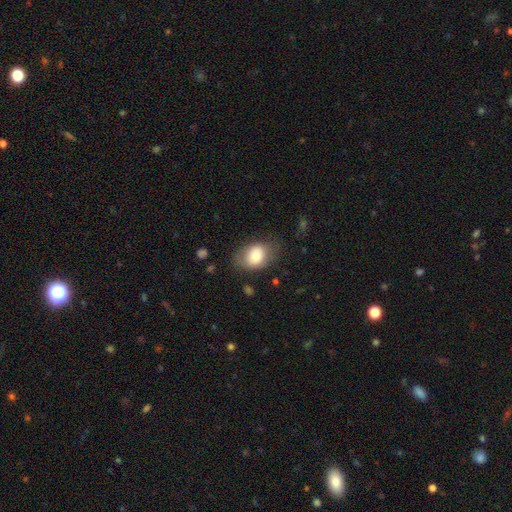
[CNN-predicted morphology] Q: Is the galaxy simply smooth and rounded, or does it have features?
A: smooth — 80%.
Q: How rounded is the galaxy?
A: in between — 72%.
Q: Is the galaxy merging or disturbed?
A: none — 65%.